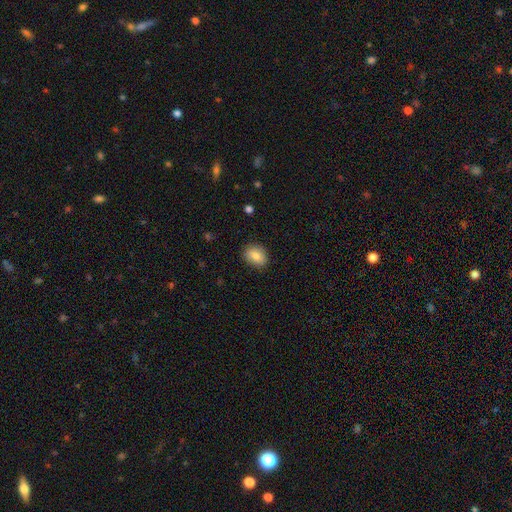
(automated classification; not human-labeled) Smooth or featured? Predicted: smooth (p=0.83). How rounded? Predicted: in between (p=0.61). Merging? Predicted: none (p=0.85).